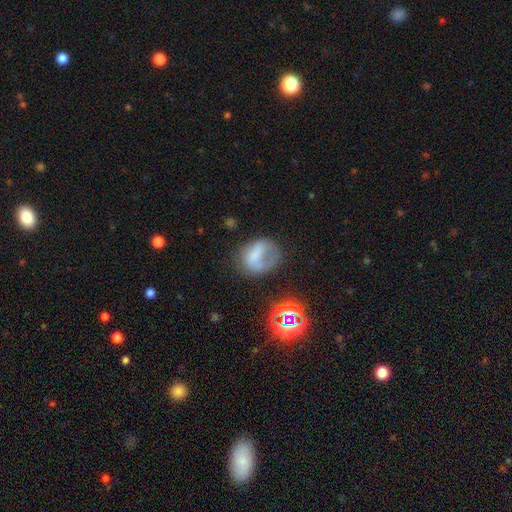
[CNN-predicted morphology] smooth_or_featured: smooth (p=0.58) [alt: featured or disk p=0.28]
how_rounded: in between (p=0.49) [tied with: round p=0.49]
merging: none (p=0.37) [alt: major disturbance p=0.34]